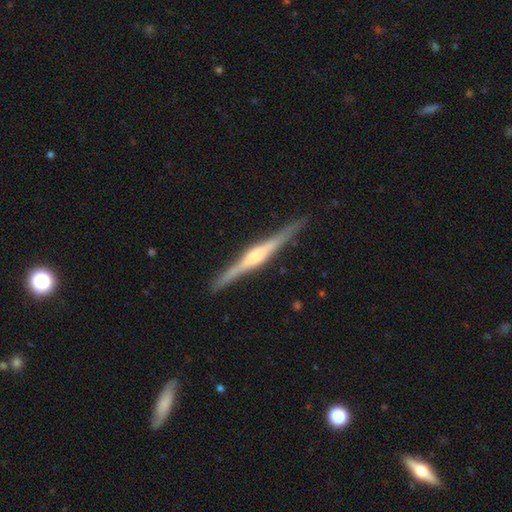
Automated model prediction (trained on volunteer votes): This appears to be a featured or disk galaxy (83%) viewed edge-on (98%) with a rounded central bulge (68%). Merging: none (90%).